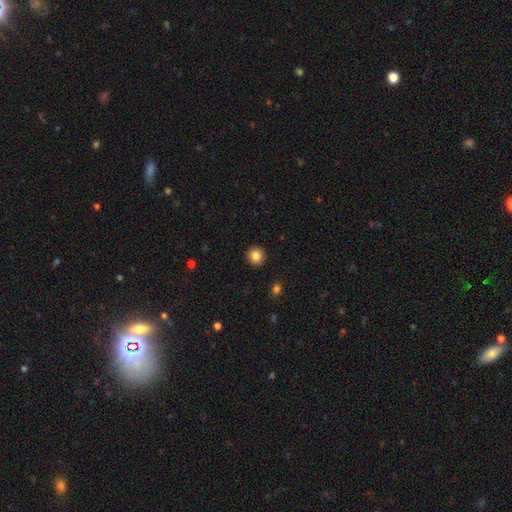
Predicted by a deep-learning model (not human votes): Overall: smooth (84%). How rounded: round (93%). Merging: none (92%).